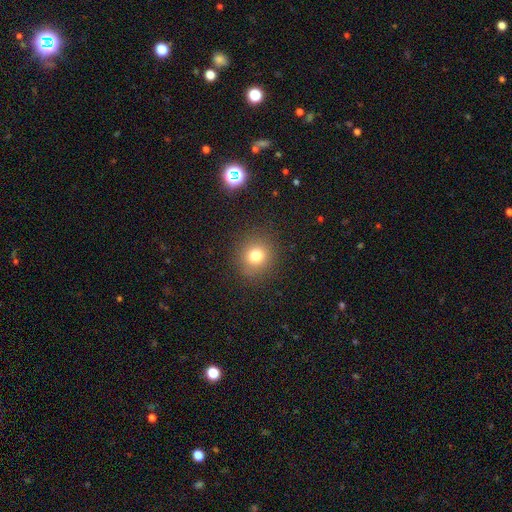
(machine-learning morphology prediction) The model was most divided on "smooth or featured": smooth: 77%, star or artifact: 14%, featured or disk: 9%. More confident: how rounded — round (88%); merging — none (87%).